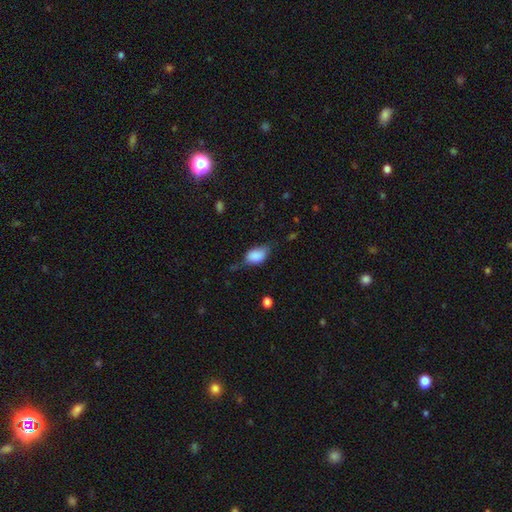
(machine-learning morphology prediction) smooth-or-featured: smooth: 78% | featured or disk: 14% | star or artifact: 8%
  how-rounded: in between: 86% | round: 11% | cigar-shaped: 3%
  merging: none: 43% | minor disturbance: 38% | major disturbance: 16% | merger: 3%